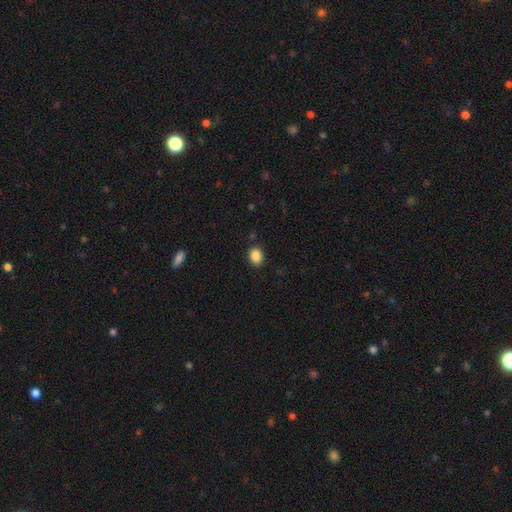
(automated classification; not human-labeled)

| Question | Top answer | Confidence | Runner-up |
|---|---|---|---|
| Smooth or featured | smooth | 88% | star or artifact (9%) |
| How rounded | in between | 60% | round (39%) |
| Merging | none | 87% | minor disturbance (9%) |